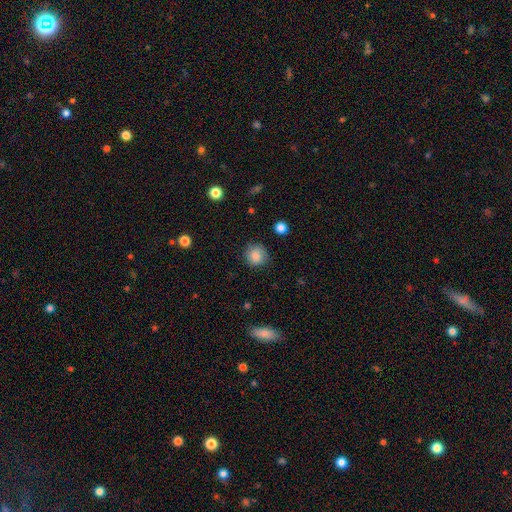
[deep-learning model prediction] The model was most divided on "merging": none: 78%, minor disturbance: 16%, major disturbance: 4%, merger: 1%. More confident: how rounded — round (88%); smooth or featured — smooth (85%).